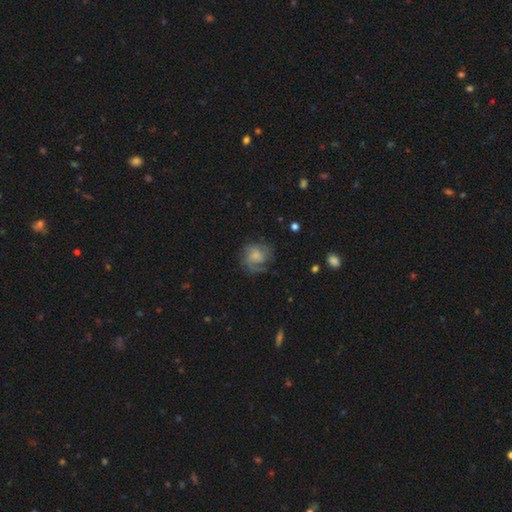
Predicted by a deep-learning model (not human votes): Smooth or featured? featured or disk (61%)
Edge-on disk? no (98%)
Bar? no (69%)
Spiral arms? yes (88%)
Spiral winding? medium (41%)
Spiral arm count? 2 (30%)
Bulge size? small (39%)
Merging? none (60%)